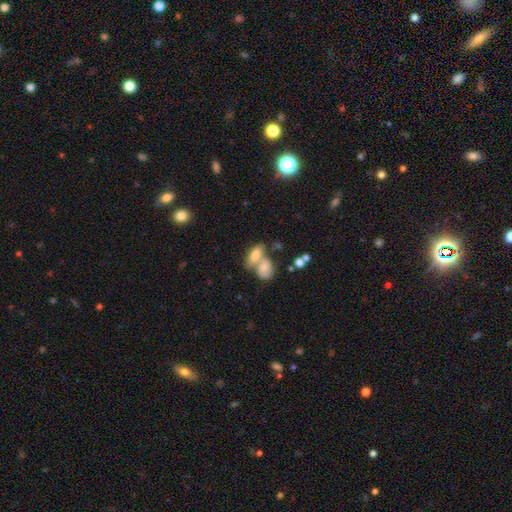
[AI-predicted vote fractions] Overall: smooth (62%; featured or disk 27%). How rounded: in between (78%). Merging: merger (55%; none 32%).